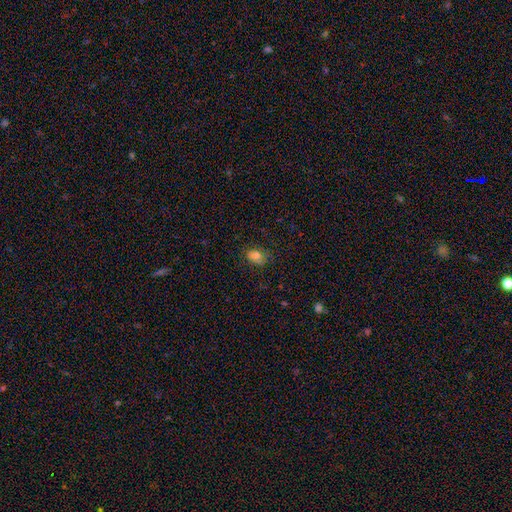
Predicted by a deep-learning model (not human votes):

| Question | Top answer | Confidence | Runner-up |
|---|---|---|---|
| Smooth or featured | smooth | 77% | star or artifact (13%) |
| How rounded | in between | 74% | round (24%) |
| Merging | none | 71% | minor disturbance (21%) |